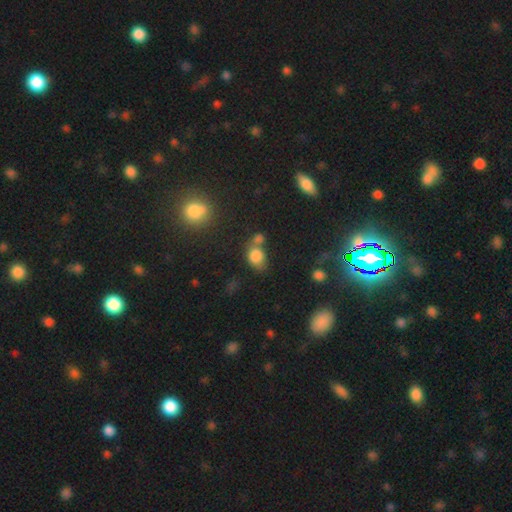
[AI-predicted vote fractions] This appears to be a smooth galaxy with no disk features (79%) that is in between round and cigar-shaped (58%). Merging: none (39%).